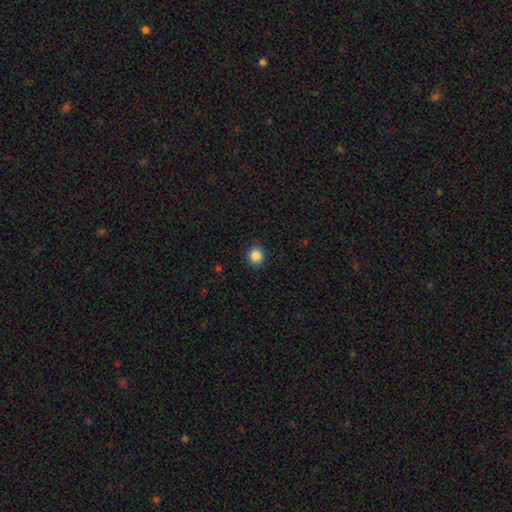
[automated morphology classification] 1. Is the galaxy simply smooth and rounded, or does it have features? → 86% smooth, 10% star or artifact, 4% featured or disk.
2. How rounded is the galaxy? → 88% round, 11% in between, 1% cigar-shaped.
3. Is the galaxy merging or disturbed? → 89% none, 8% minor disturbance, 2% major disturbance, 1% merger.